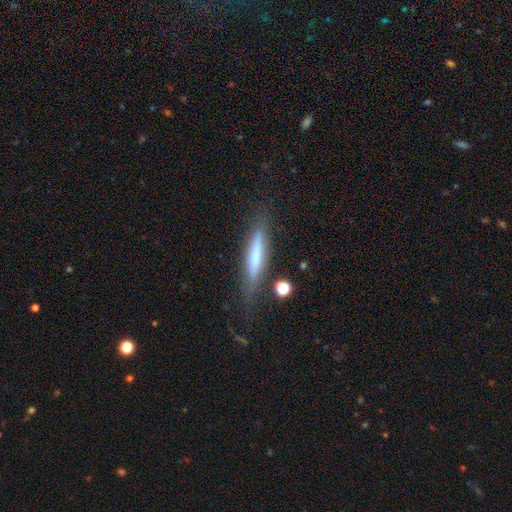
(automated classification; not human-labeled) Morphology: type=smooth (51%); roundness=cigar-shaped (90%); merging=none (76%).